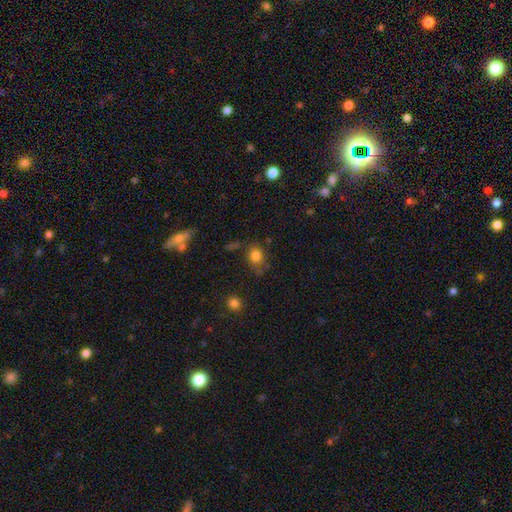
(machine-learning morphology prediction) smooth 80%, star or artifact 11%, featured or disk 9%. Down the decision tree: how rounded — round (58%); merging — none (61%).